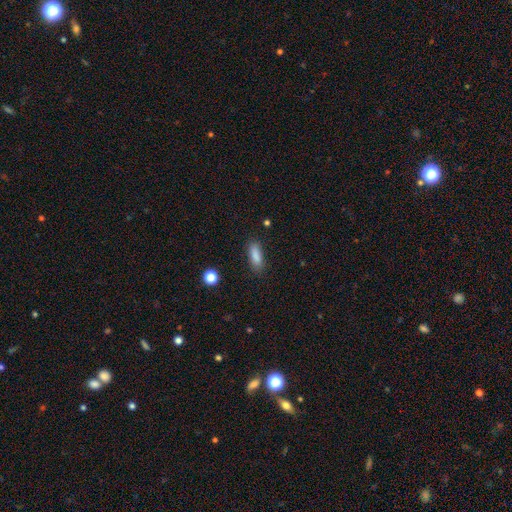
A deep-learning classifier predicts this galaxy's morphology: This appears to be a smooth galaxy with no disk features (86%) that is in between round and cigar-shaped (61%). Merging: none (83%).